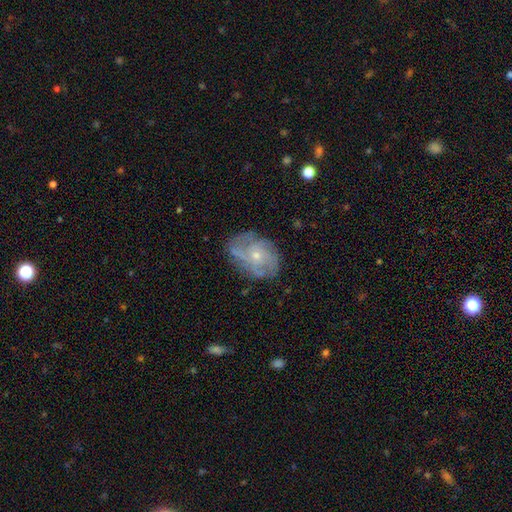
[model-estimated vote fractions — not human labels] Smooth or featured?
  - featured or disk: 72% *
  - smooth: 20%
  - star or artifact: 8%
Edge-on disk?
  - no: 97% *
  - yes: 3%
Bar?
  - no: 81% *
  - weak: 16%
  - strong: 2%
Spiral arms?
  - yes: 81% *
  - no: 19%
Spiral winding?
  - tight: 43% *
  - medium: 39%
  - loose: 18%
Spiral arm count?
  - can't tell: 41% *
  - 3: 19%
  - 2: 16%
  - 4: 12%
  - more than 4: 6%
  - 1: 6%
Bulge size?
  - small: 71% *
  - moderate: 25%
  - none: 2%
  - large: 1%
  - dominant: 1%
Merging?
  - none: 64% *
  - minor disturbance: 23%
  - major disturbance: 11%
  - merger: 2%